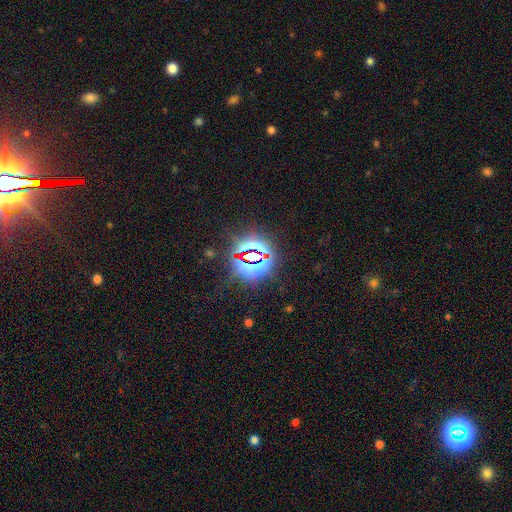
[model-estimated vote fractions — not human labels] star or artifact 81%, smooth 12%, featured or disk 8%.